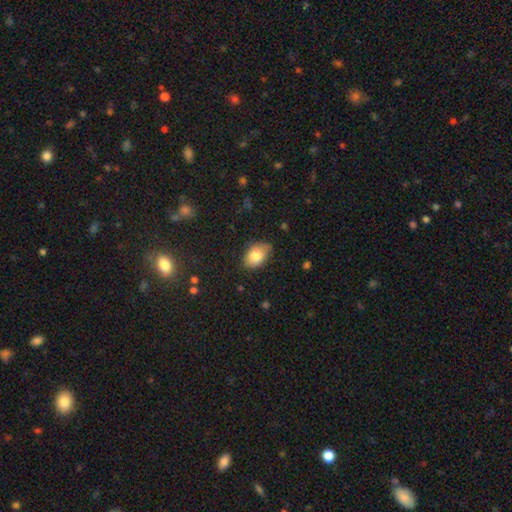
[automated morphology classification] Smooth or featured? Predicted: smooth (p=0.83). How rounded? Predicted: in between (p=0.87). Merging? Predicted: none (p=0.71).